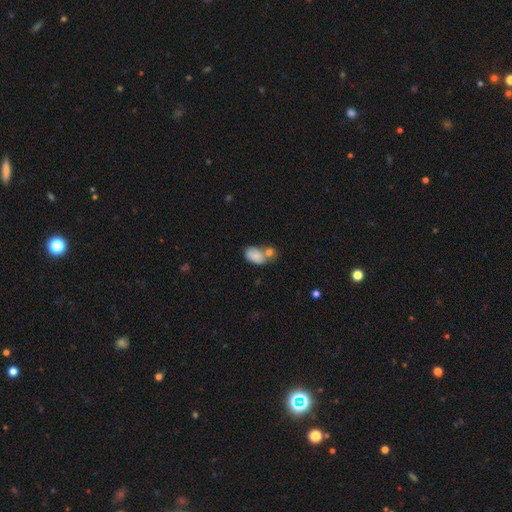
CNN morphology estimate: smooth_or_featured: smooth (p=0.78) [alt: featured or disk p=0.14]
how_rounded: in between (p=0.86) [alt: round p=0.12]
merging: merger (p=0.48) [alt: none p=0.31]